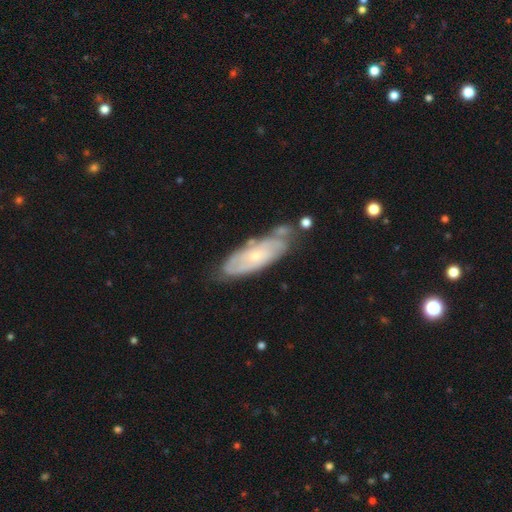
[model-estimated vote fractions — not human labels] This appears to be a featured or disk galaxy (67%) with no bar (76%), spiral arms (79%) and a small central bulge (69%). Merging: none (59%).